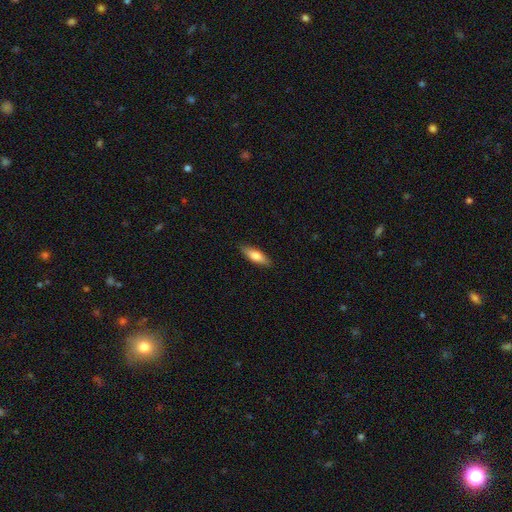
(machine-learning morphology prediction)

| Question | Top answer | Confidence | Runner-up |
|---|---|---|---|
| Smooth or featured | smooth | 70% | featured or disk (24%) |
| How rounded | in between | 50% | cigar-shaped (48%) |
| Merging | none | 87% | minor disturbance (10%) |